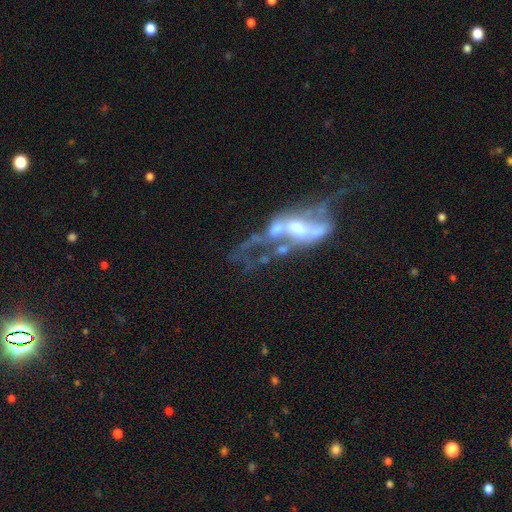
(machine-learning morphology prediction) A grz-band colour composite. It shows a featured or disk galaxy (73%) with no bar (60%), no spiral arms (51%) and a moderate central bulge (50%). Merging: merger (47%).